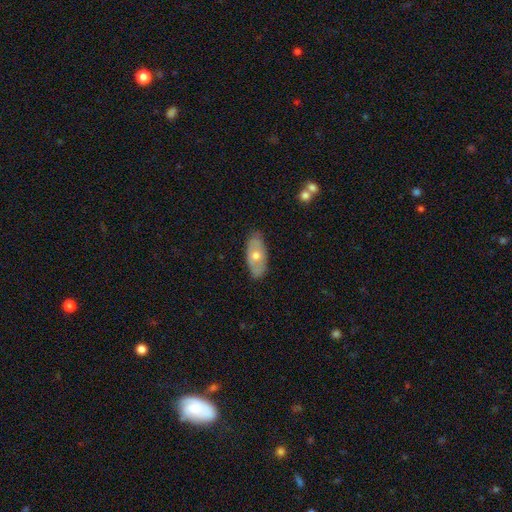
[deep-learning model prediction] This appears to be a smooth galaxy with no disk features (50%). Merging: none (81%).